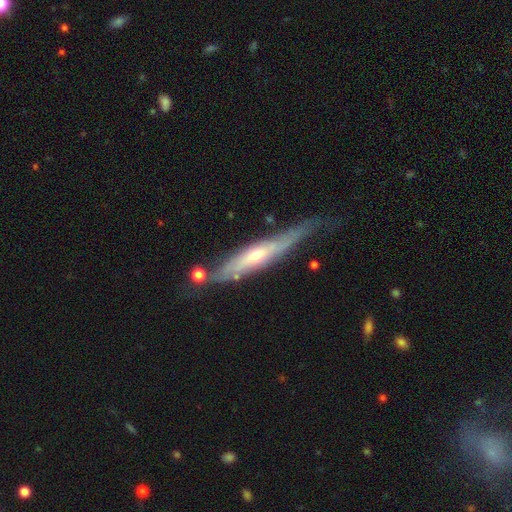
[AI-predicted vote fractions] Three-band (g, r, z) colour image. It shows a featured or disk galaxy (72%) viewed edge-on (74%) with a rounded central bulge (75%). Merging: none (54%).